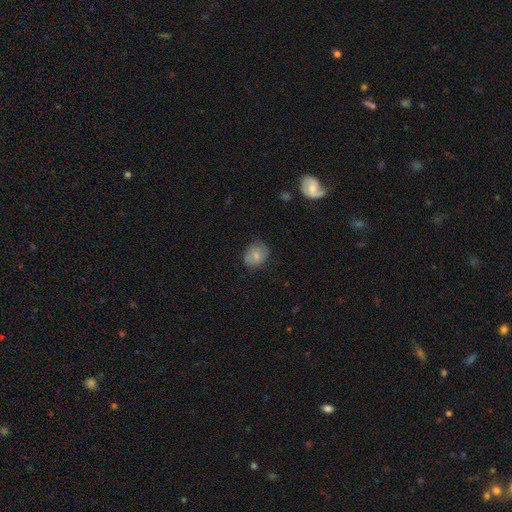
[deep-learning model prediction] Morphology: type=smooth (76%); roundness=round (56%); merging=none (74%).